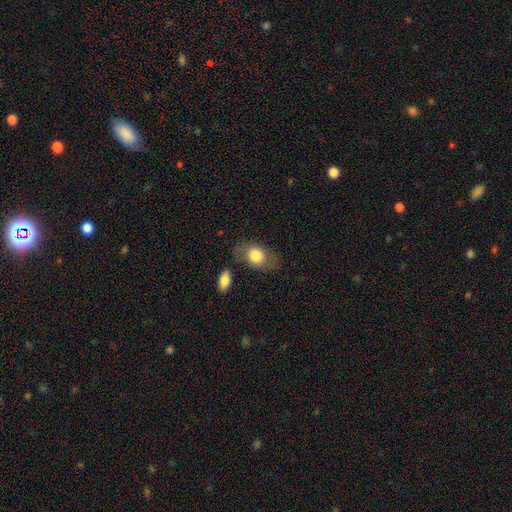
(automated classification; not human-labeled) smooth 74%, featured or disk 19%, star or artifact 6%. Down the decision tree: how rounded — in between (78%); merging — none (69%).